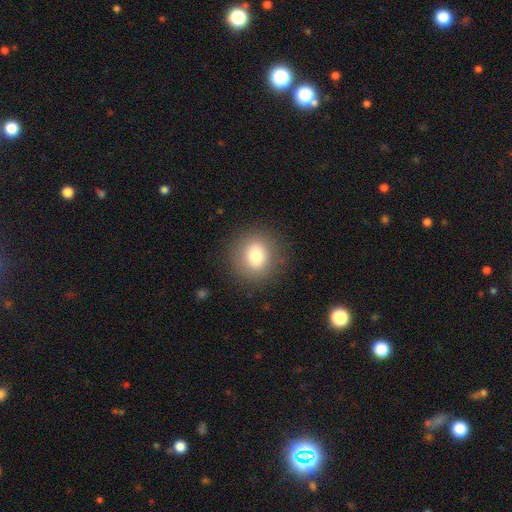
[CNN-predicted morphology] smooth 77%, featured or disk 12%, star or artifact 11%. Down the decision tree: how rounded — round (88%); merging — none (88%).